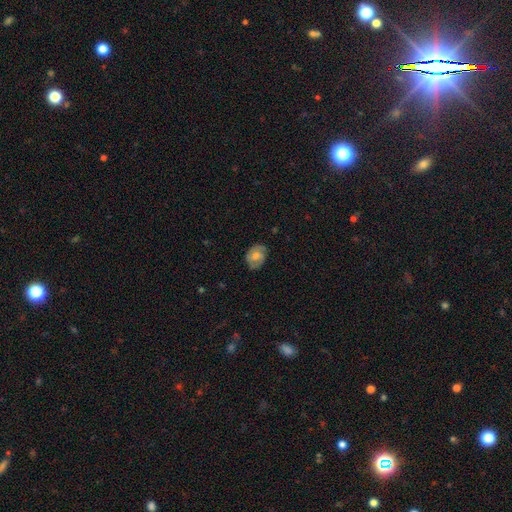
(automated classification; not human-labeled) This appears to be a featured or disk galaxy (55%) with no bar (56%), spiral arms (80%) and a moderate central bulge (65%). Merging: none (76%).